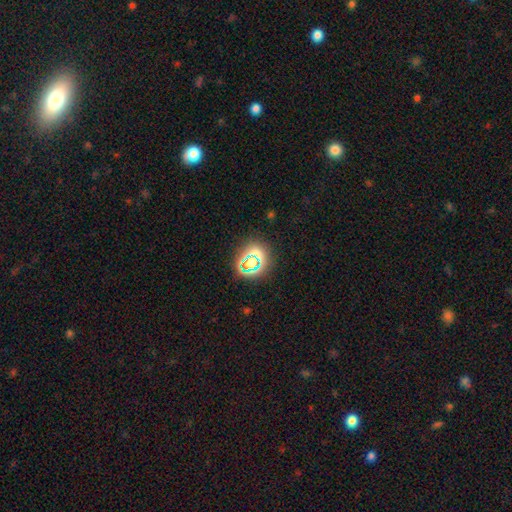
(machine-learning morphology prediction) Smooth or featured? star or artifact (55%)